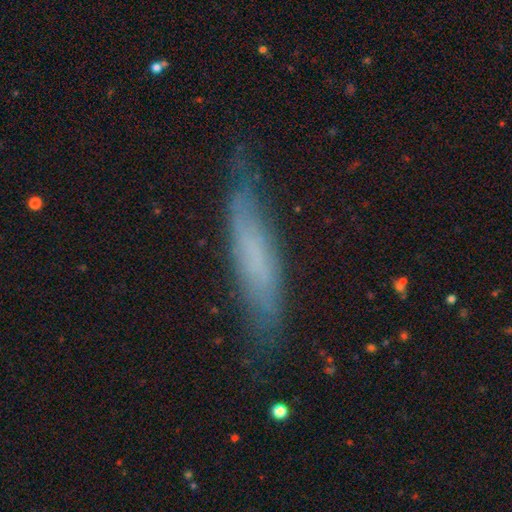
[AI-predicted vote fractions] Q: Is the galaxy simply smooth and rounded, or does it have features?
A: smooth — 53%.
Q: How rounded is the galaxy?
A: cigar-shaped — 84%.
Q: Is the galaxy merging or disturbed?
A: none — 71%.